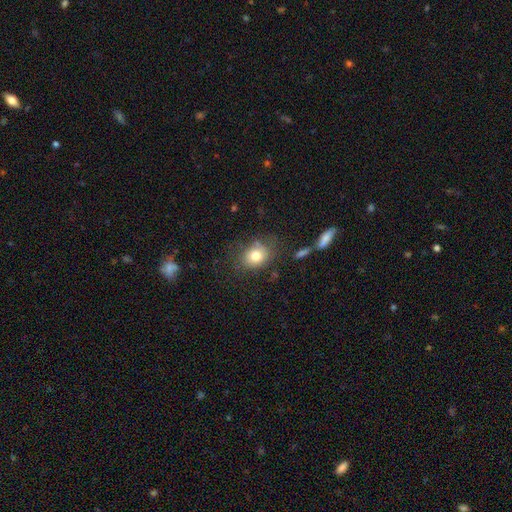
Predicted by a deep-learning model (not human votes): smooth_or_featured: smooth (p=0.79) [alt: featured or disk p=0.11]
how_rounded: in between (p=0.53) [alt: round p=0.46]
merging: none (p=0.70) [alt: minor disturbance p=0.18]